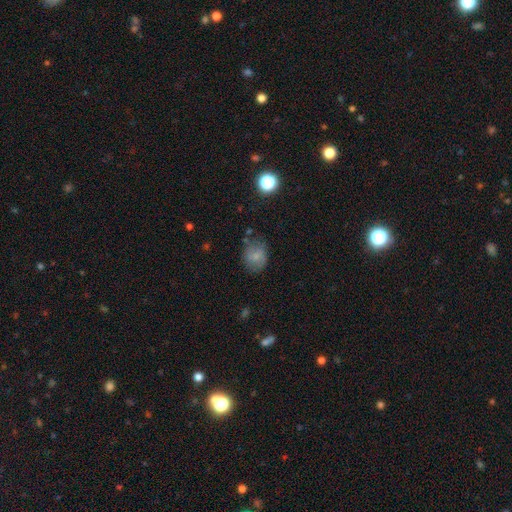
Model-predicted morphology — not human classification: This appears to be a smooth galaxy with no disk features (70%) that is round (58%). Merging: none (63%).